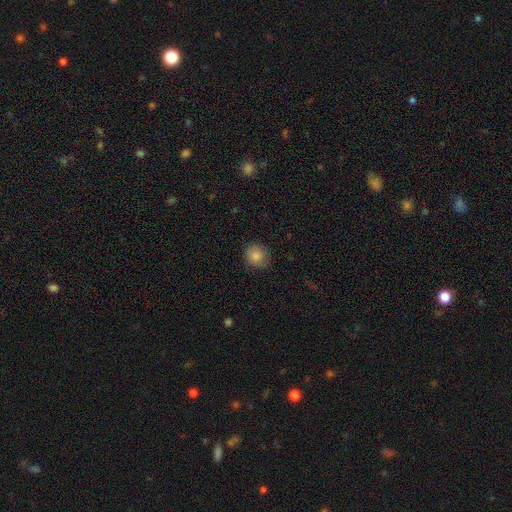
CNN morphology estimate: Smooth or featured: smooth — 83% (star or artifact — 9%)
How rounded: round — 82% (in between — 17%)
Merging: none — 82% (minor disturbance — 14%)